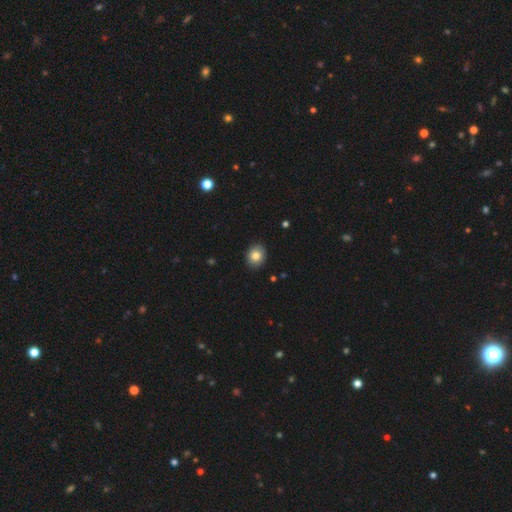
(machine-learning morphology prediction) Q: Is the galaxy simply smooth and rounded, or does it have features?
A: smooth — 82%.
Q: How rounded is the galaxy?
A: round — 67%.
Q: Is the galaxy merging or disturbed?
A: none — 91%.